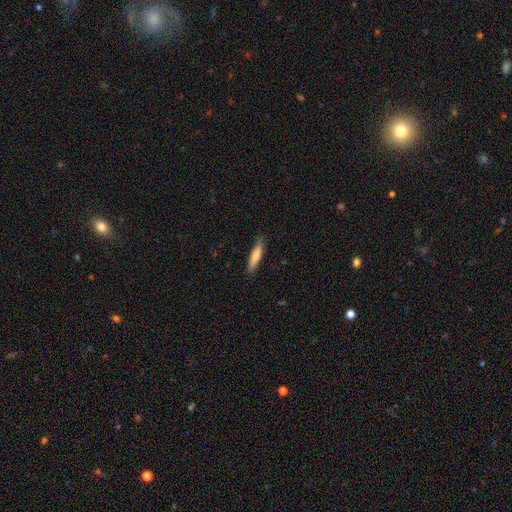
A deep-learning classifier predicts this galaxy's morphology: Overall: smooth (75%). How rounded: cigar-shaped (84%). Merging: none (86%).